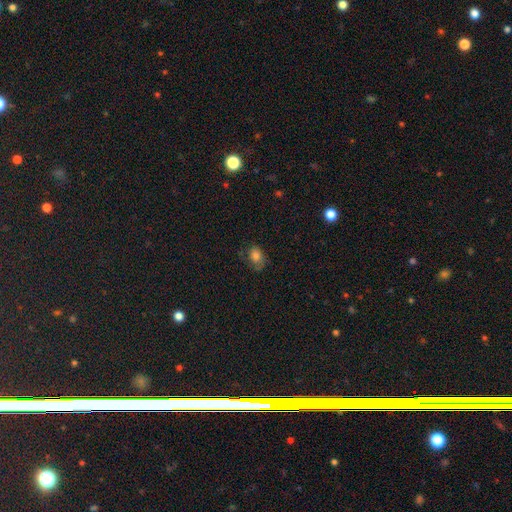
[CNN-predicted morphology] Smooth or featured? Predicted: smooth (p=0.75). How rounded? Predicted: in between (p=0.73). Merging? Predicted: none (p=0.60).